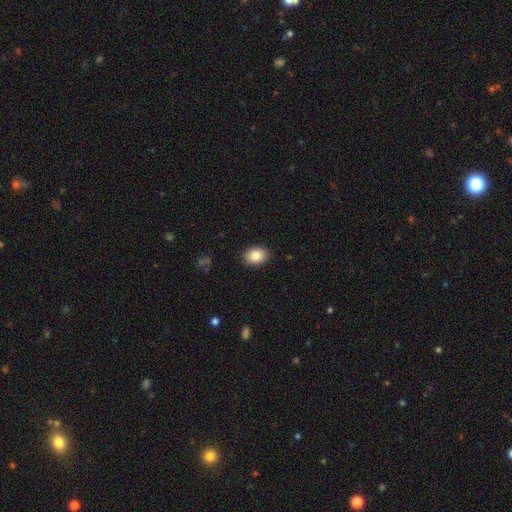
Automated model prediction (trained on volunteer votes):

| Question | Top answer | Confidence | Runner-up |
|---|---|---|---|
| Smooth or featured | smooth | 85% | star or artifact (8%) |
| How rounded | in between | 71% | round (28%) |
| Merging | none | 89% | minor disturbance (8%) |